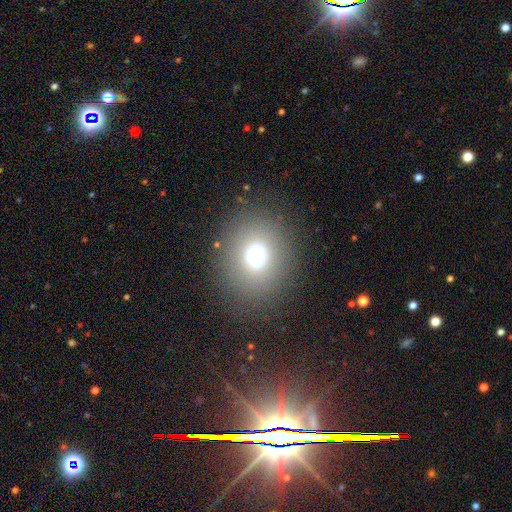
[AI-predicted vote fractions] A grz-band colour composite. It shows a smooth galaxy with no disk features (64%) that is round (69%). Merging: none (83%).